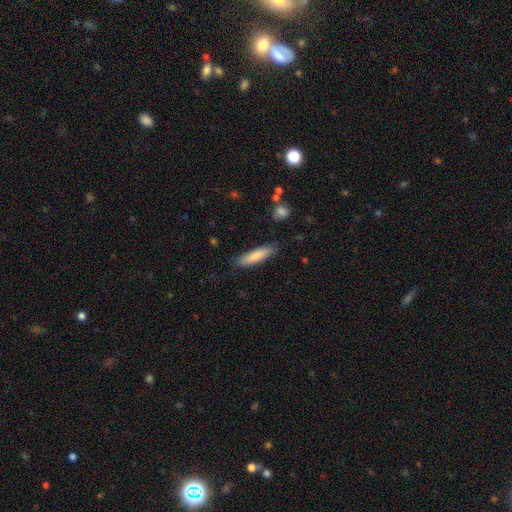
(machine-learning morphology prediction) This appears to be a smooth galaxy with no disk features (82%) that is cigar-shaped (71%). Merging: none (83%).